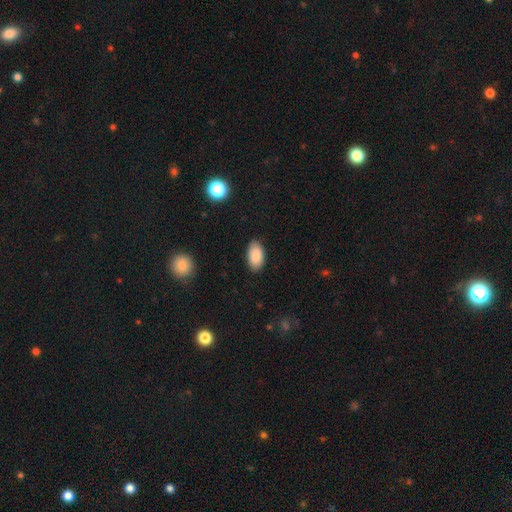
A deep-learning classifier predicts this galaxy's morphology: smooth-or-featured: smooth: 88% | star or artifact: 7% | featured or disk: 5%
  how-rounded: in between: 95% | round: 4% | cigar-shaped: 2%
  merging: none: 87% | minor disturbance: 10% | major disturbance: 2% | merger: 1%